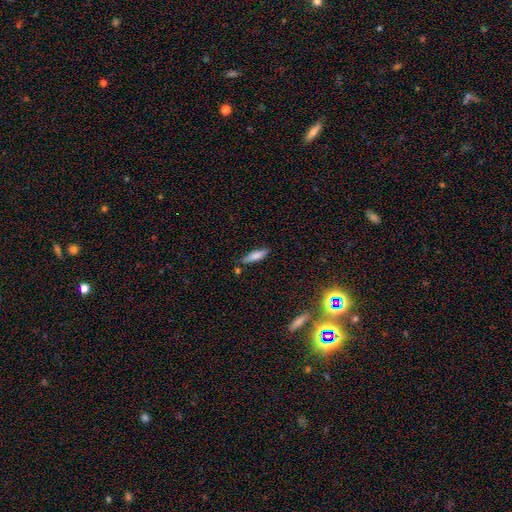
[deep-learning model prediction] smooth-or-featured: smooth: 77% | featured or disk: 15% | star or artifact: 8%
  how-rounded: cigar-shaped: 61% | in between: 37% | round: 2%
  merging: none: 74% | minor disturbance: 16% | merger: 7% | major disturbance: 3%